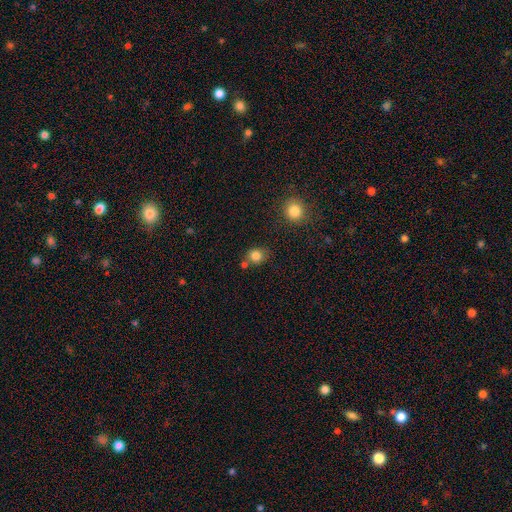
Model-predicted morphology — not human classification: A smooth galaxy with no disk features (82%) that is round (73%). Merging: none (67%).